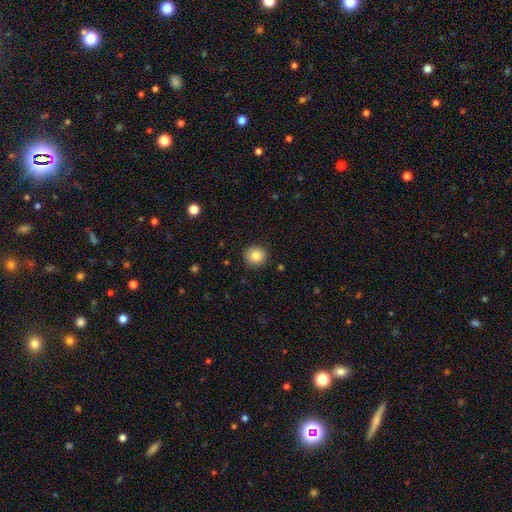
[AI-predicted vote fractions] Morphology: type=smooth (83%); roundness=round (91%); merging=none (91%).